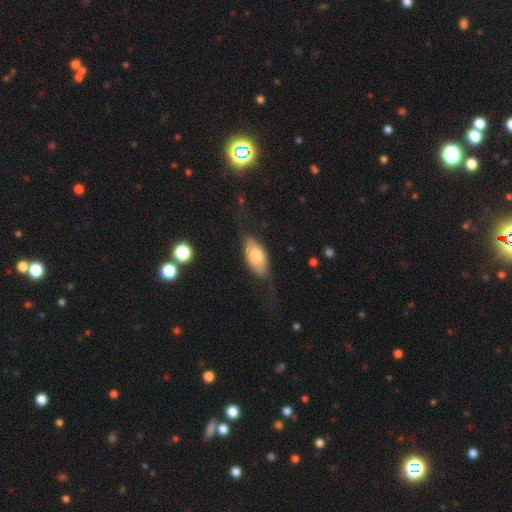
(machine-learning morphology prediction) The model was most divided on "smooth or featured": smooth: 63%, featured or disk: 31%, star or artifact: 6%. More confident: how rounded — in between (88%); merging — none (59%).